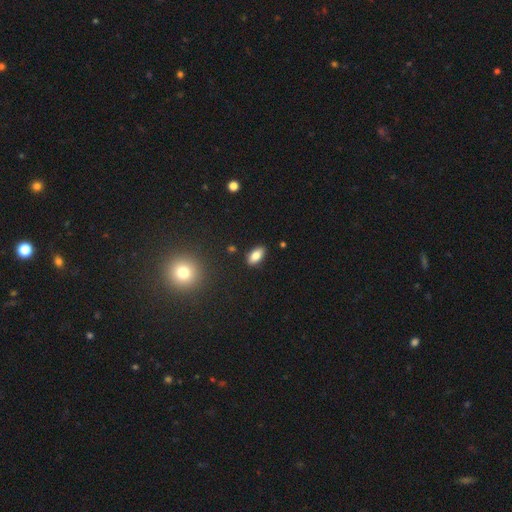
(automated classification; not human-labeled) smooth_or_featured: smooth (p=0.81) [alt: featured or disk p=0.10]
how_rounded: in between (p=0.91) [alt: cigar-shaped p=0.05]
merging: none (p=0.87) [alt: minor disturbance p=0.09]